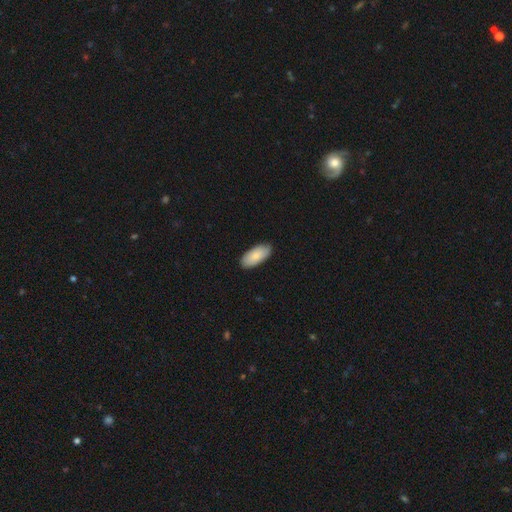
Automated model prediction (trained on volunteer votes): A smooth galaxy with no disk features (86%) that is in between round and cigar-shaped (92%).

Vote fractions:
- Smooth or featured? smooth: 86% / featured or disk: 9% / star or artifact: 5%
- How rounded? in between: 92% / cigar-shaped: 6% / round: 2%
- Merging? none: 88% / minor disturbance: 9% / major disturbance: 2% / merger: 1%